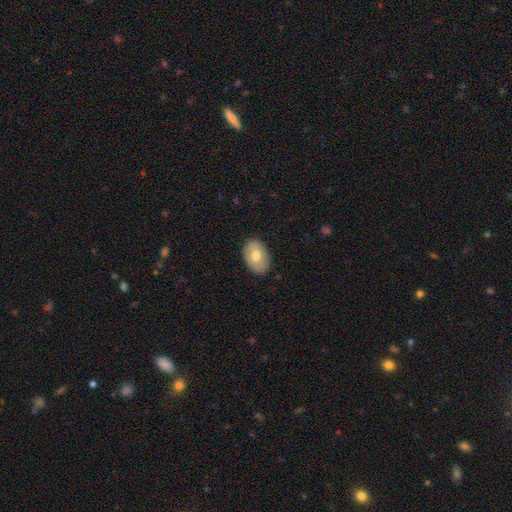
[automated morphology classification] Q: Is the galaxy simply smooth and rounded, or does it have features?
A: smooth — 70%.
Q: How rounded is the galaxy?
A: in between — 87%.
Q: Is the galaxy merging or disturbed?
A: none — 86%.